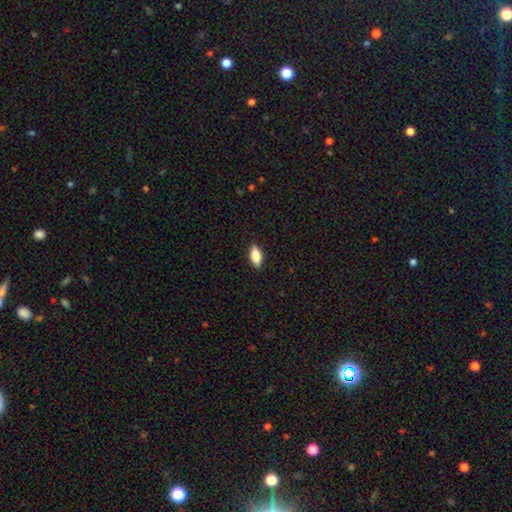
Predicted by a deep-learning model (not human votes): Smooth or featured: smooth — 86% (featured or disk — 7%)
How rounded: in between — 86% (cigar-shaped — 12%)
Merging: none — 89% (minor disturbance — 8%)